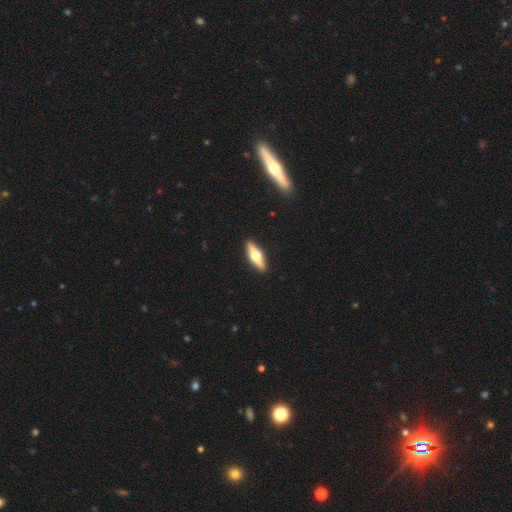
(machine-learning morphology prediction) A featured or disk galaxy (61%) viewed edge-on (94%) with a rounded central bulge (96%). Merging: none (92%).